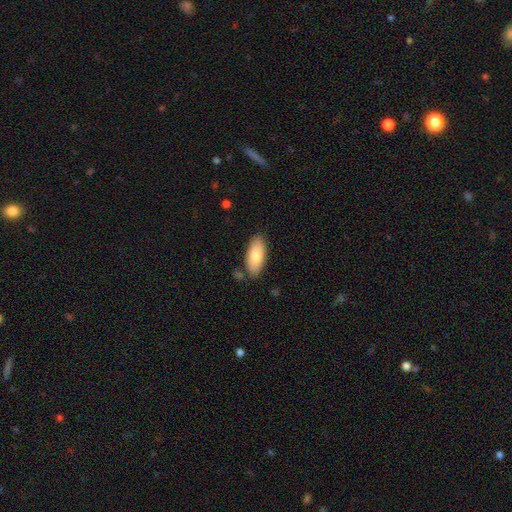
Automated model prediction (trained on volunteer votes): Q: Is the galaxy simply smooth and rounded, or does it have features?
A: smooth — 80%.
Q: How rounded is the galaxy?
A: in between — 87%.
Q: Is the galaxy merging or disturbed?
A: none — 80%.